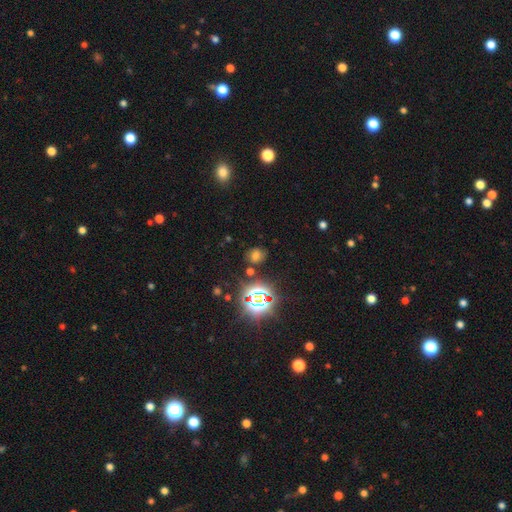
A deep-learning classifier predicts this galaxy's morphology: Overall: smooth (50%; star or artifact 38%). How rounded: round (63%; in between 36%). Merging: none (77%).